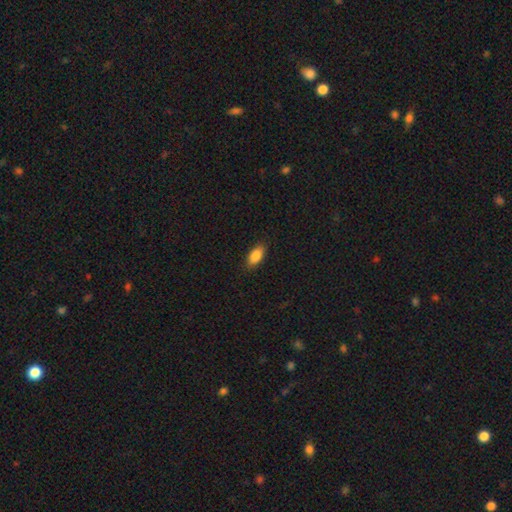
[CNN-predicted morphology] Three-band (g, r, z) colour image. It shows a smooth galaxy with no disk features (87%) that is in between round and cigar-shaped (89%). Merging: none (88%).